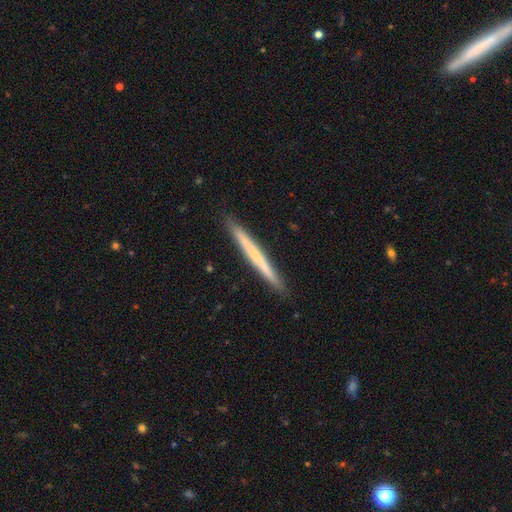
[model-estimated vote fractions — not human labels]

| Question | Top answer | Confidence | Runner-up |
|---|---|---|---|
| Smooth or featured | smooth | 54% | featured or disk (40%) |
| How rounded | cigar-shaped | 97% | in between (1%) |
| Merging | none | 92% | minor disturbance (6%) |